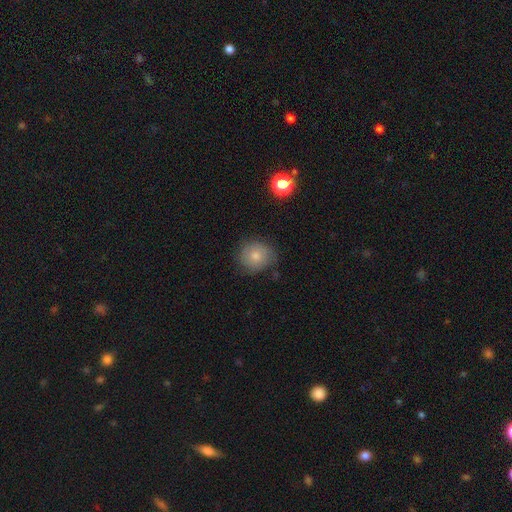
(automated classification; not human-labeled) smooth-or-featured: smooth: 72% | featured or disk: 19% | star or artifact: 9%
  how-rounded: round: 82% | in between: 17% | cigar-shaped: 1%
  merging: none: 73% | minor disturbance: 21% | major disturbance: 5% | merger: 2%